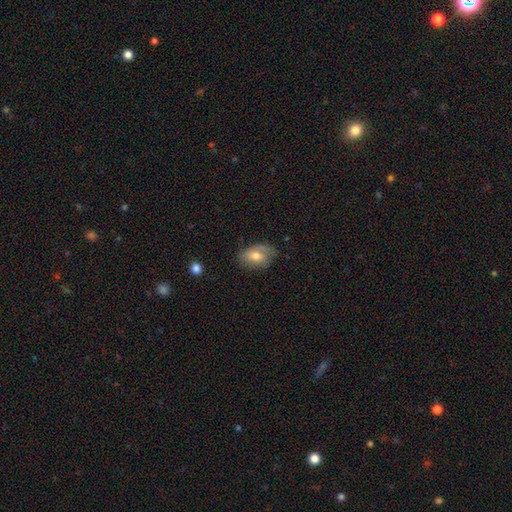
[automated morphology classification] This is likely a smooth galaxy (63%). How rounded: clearly in between (85%). Merging: likely none (64%).